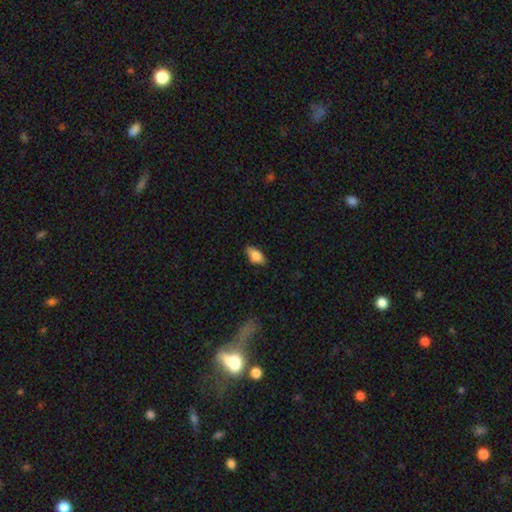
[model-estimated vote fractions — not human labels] The model was most divided on "smooth or featured": smooth: 77%, featured or disk: 15%, star or artifact: 7%. More confident: how rounded — in between (86%); merging — none (80%).